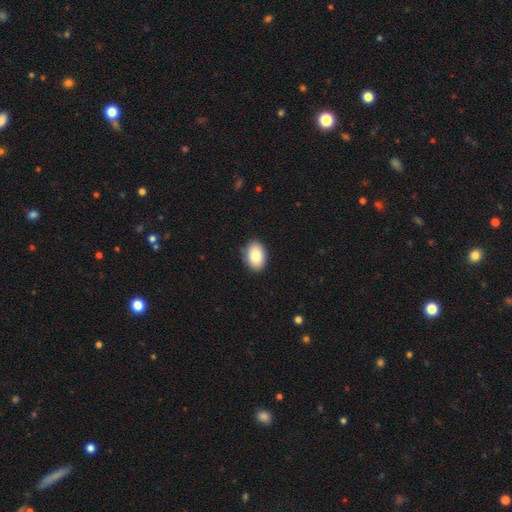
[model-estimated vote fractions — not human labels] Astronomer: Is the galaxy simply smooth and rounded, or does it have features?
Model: smooth — 83%.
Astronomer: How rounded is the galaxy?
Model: in between — 82%.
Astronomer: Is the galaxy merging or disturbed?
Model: none — 87%.